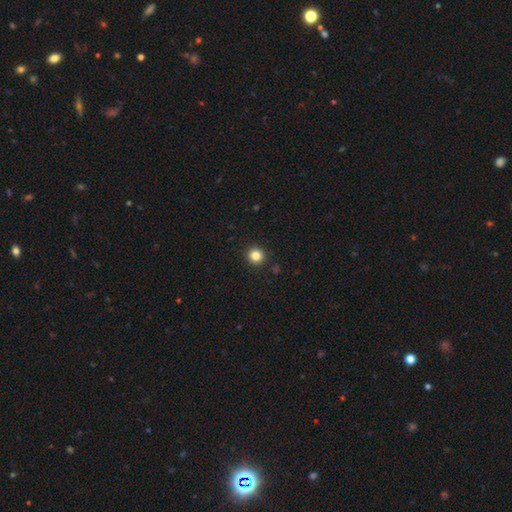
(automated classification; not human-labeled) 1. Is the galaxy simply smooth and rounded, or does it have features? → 83% smooth, 12% star or artifact, 5% featured or disk.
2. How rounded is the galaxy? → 94% round, 5% in between, 1% cigar-shaped.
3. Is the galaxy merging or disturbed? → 93% none, 5% minor disturbance, 2% major disturbance, 1% merger.